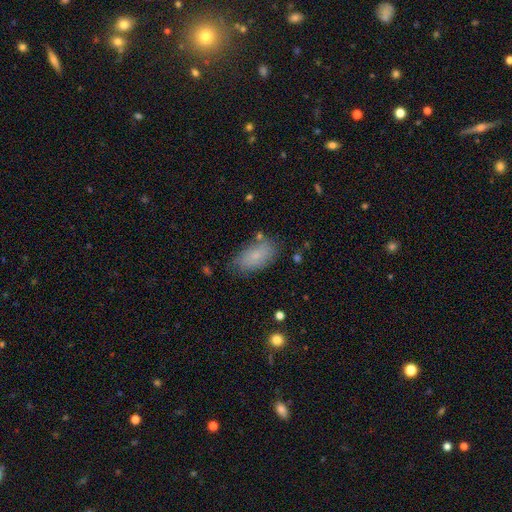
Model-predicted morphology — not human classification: smooth-or-featured: smooth: 76% | featured or disk: 16% | star or artifact: 8%
  how-rounded: in between: 91% | cigar-shaped: 5% | round: 4%
  merging: none: 70% | minor disturbance: 20% | major disturbance: 5% | merger: 4%